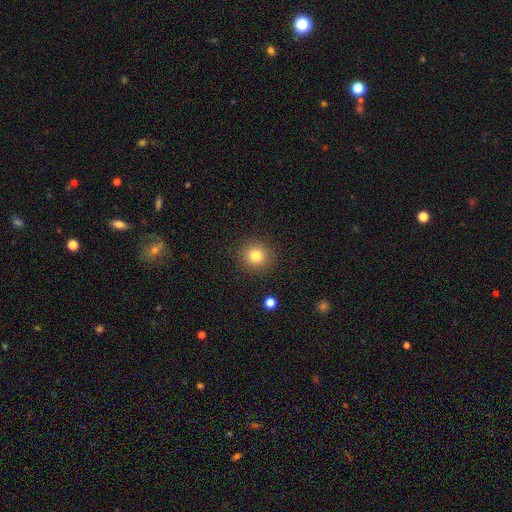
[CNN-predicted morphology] A smooth galaxy with no disk features (82%) that is round (91%).

Vote fractions:
- Smooth or featured? smooth: 82% / star or artifact: 11% / featured or disk: 7%
- How rounded? round: 91% / in between: 8% / cigar-shaped: 1%
- Merging? none: 90% / minor disturbance: 7% / major disturbance: 2% / merger: 1%